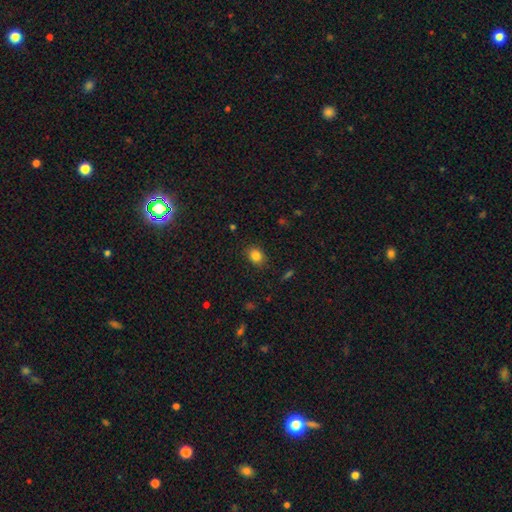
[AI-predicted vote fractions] A smooth galaxy with no disk features (83%) that is in between round and cigar-shaped (50%).

Vote fractions:
- Smooth or featured? smooth: 83% / star or artifact: 11% / featured or disk: 6%
- How rounded? in between: 50% / round: 49% / cigar-shaped: 1%
- Merging? none: 86% / minor disturbance: 10% / major disturbance: 3% / merger: 1%